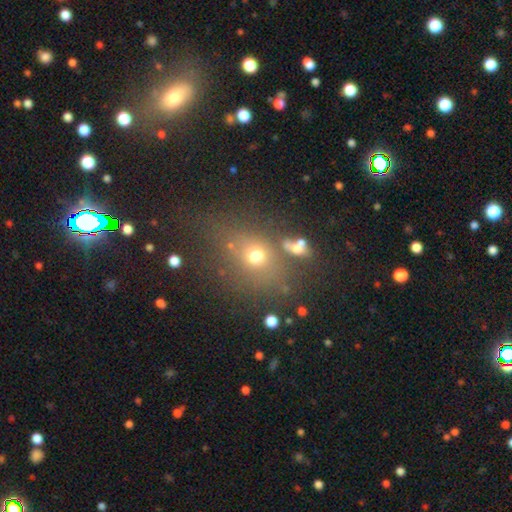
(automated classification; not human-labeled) Smooth or featured: smooth — 65% (star or artifact — 22%)
How rounded: round — 58% (in between — 39%)
Merging: none — 62% (minor disturbance — 14%)